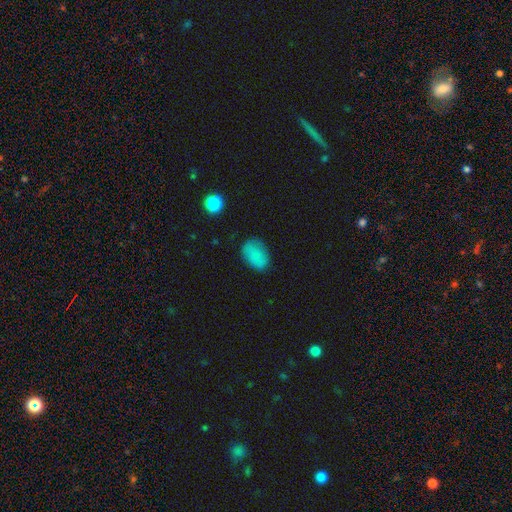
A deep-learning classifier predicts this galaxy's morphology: smooth_or_featured: smooth (p=0.82) [alt: star or artifact p=0.10]
how_rounded: in between (p=0.82) [alt: round p=0.17]
merging: none (p=0.72) [alt: minor disturbance p=0.21]